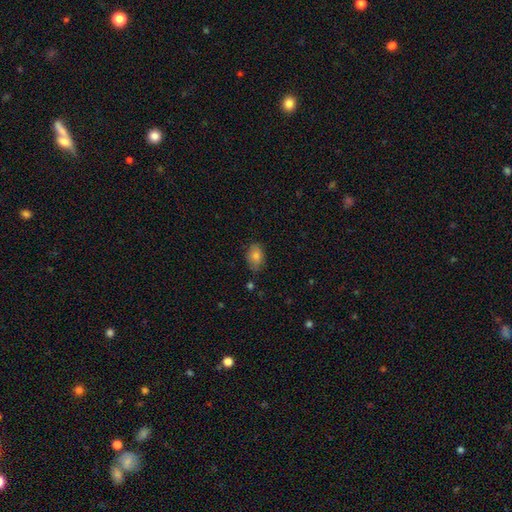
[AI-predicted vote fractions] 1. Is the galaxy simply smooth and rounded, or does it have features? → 78% smooth, 12% featured or disk, 11% star or artifact.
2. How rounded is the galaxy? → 81% in between, 17% round, 2% cigar-shaped.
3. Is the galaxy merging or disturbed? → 76% none, 18% minor disturbance, 3% major disturbance, 2% merger.